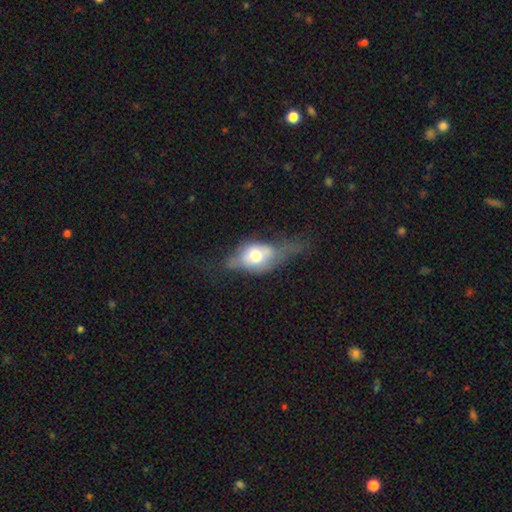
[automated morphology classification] smooth-or-featured: smooth: 48% | featured or disk: 44% | star or artifact: 8%
  merging: major disturbance: 38% | minor disturbance: 29% | none: 28% | merger: 4%